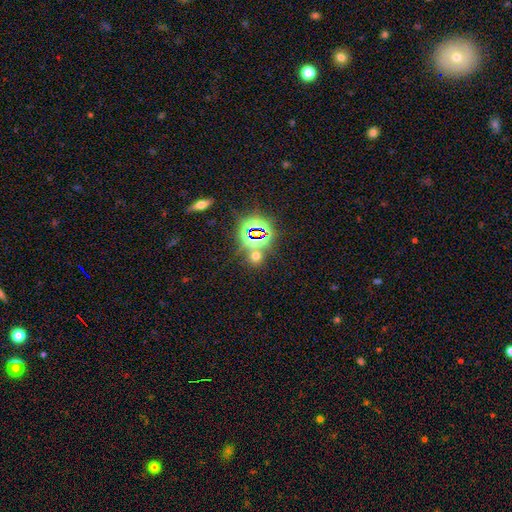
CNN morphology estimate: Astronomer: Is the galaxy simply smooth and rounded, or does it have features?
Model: star or artifact — 48% (runner-up: smooth, 45%).